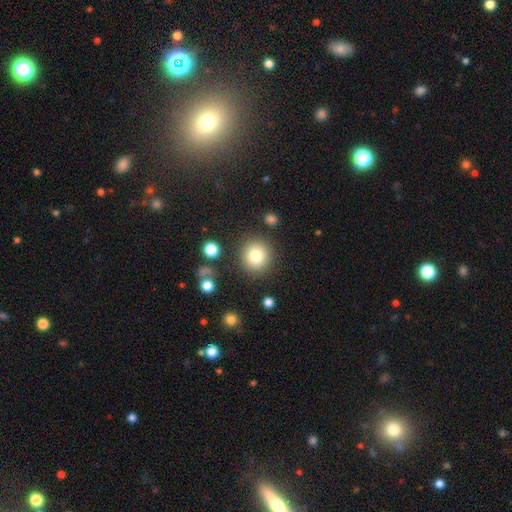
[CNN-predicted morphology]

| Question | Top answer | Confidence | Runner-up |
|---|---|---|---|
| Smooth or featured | smooth | 80% | star or artifact (11%) |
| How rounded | round | 92% | in between (7%) |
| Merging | none | 86% | minor disturbance (8%) |